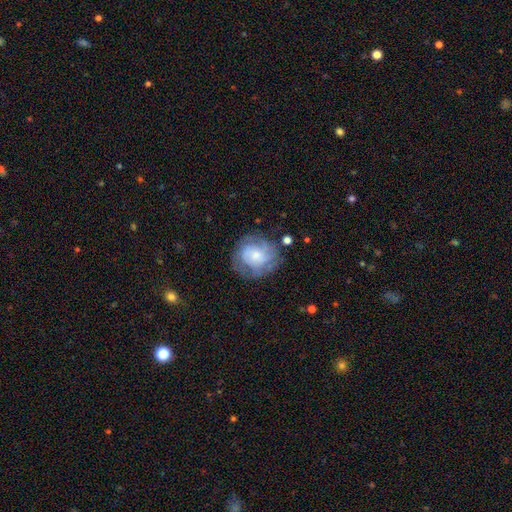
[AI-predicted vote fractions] Smooth or featured?
  - featured or disk: 50% *
  - smooth: 41%
  - star or artifact: 8%
Edge-on disk?
  - no: 97% *
  - yes: 3%
Merging?
  - none: 66% *
  - minor disturbance: 20%
  - major disturbance: 11%
  - merger: 2%